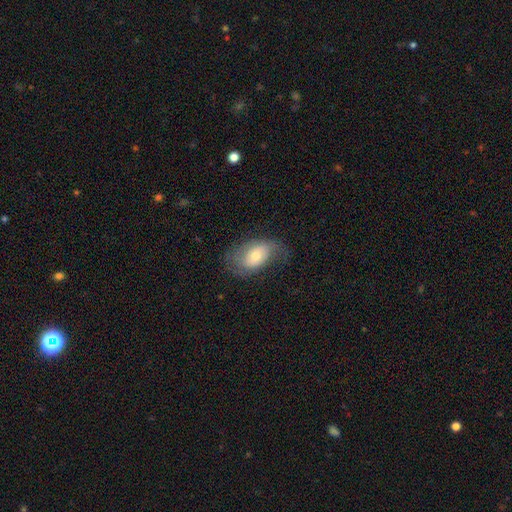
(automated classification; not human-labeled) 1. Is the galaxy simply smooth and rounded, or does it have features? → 47% featured or disk, 44% smooth, 8% star or artifact.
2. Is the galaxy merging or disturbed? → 58% none, 24% minor disturbance, 16% major disturbance, 1% merger.